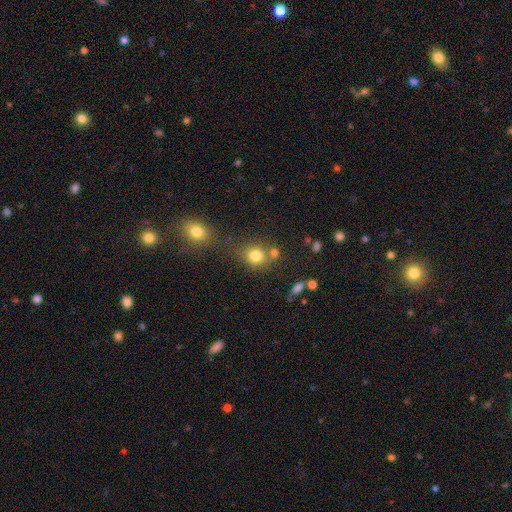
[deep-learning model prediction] Overall: smooth (79%). How rounded: round (79%). Merging: none (59%; merger 24%).